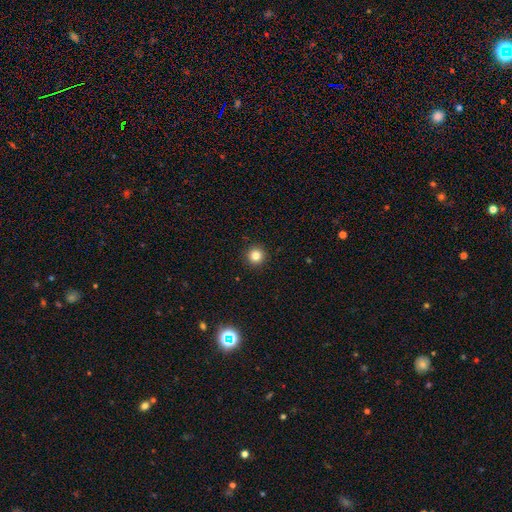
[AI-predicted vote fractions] smooth 83%, star or artifact 12%, featured or disk 5%. Down the decision tree: how rounded — round (96%); merging — none (93%).